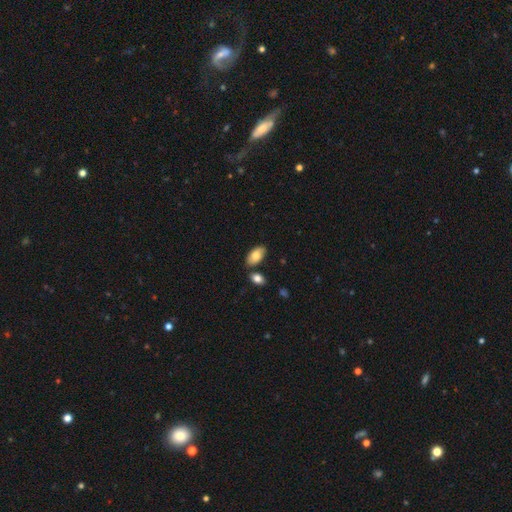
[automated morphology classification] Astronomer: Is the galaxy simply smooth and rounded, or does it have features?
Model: smooth — 80%.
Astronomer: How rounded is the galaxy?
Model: in between — 95%.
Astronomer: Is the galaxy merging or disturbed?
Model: none — 78%.